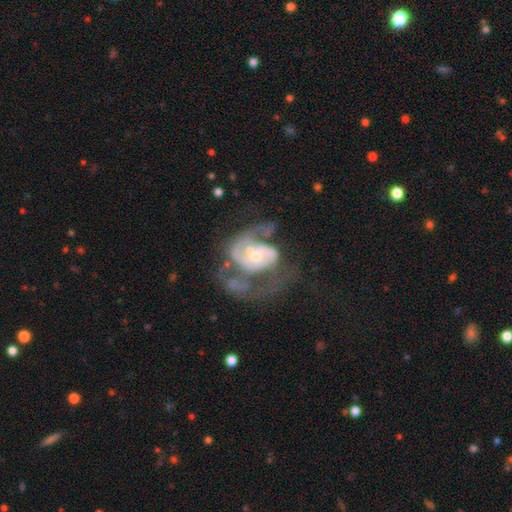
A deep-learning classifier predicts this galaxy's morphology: A featured or disk galaxy (79%) with no bar (66%), 2 (56%) medium (44%) spiral arms (76%) and a moderate central bulge (50%). Merging: major disturbance (43%).